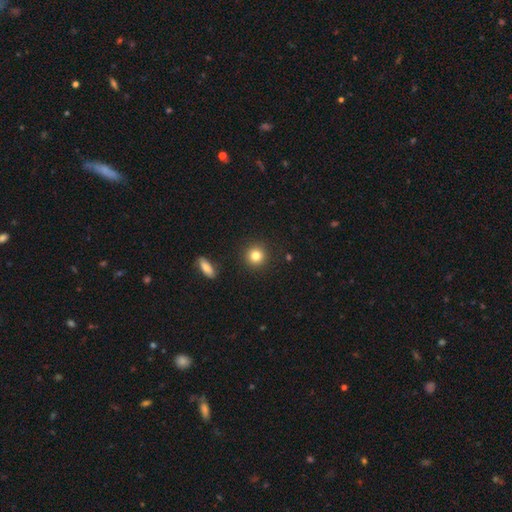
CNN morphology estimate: Smooth or featured? Predicted: smooth (p=0.83). How rounded? Predicted: round (p=0.93). Merging? Predicted: none (p=0.91).